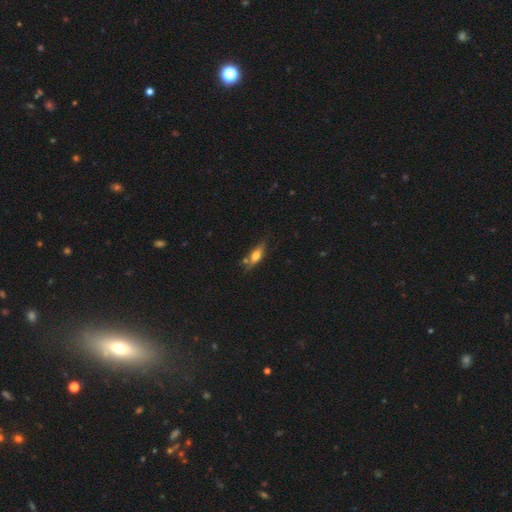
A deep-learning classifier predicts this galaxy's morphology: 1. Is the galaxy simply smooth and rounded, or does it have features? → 60% smooth, 33% featured or disk, 8% star or artifact.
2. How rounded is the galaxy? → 60% in between, 37% cigar-shaped, 4% round.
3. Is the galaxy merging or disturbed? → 64% none, 21% minor disturbance, 10% merger, 5% major disturbance.